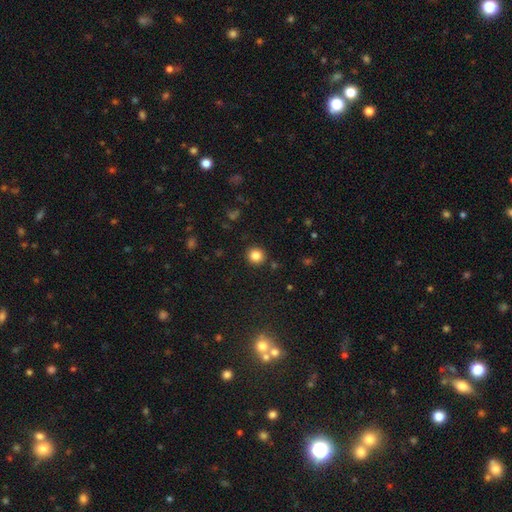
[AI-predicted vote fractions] Morphology: type=smooth (83%); roundness=round (93%); merging=none (91%).